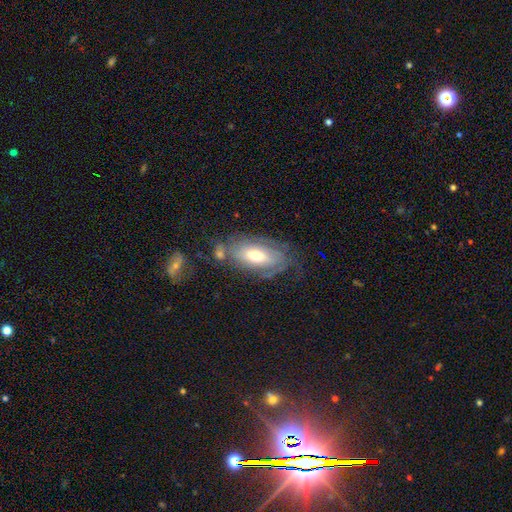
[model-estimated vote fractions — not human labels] Overall: featured or disk (56%; smooth 37%). Edge-on disk: no (88%). Merging: none (56%; minor disturbance 23%).